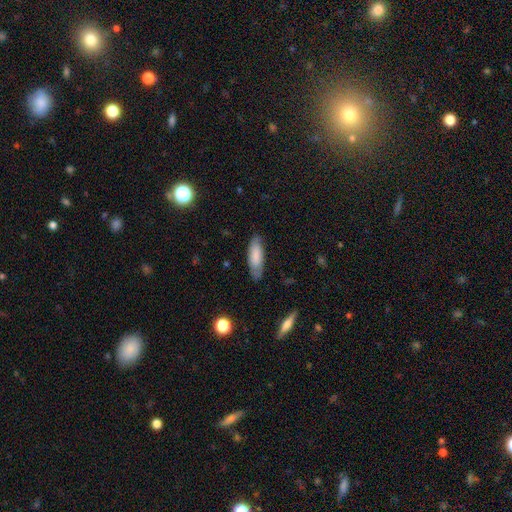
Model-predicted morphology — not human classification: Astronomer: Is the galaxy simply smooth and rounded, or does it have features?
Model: smooth — 79%.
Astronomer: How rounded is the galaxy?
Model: in between — 63%.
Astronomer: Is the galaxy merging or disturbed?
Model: none — 78%.